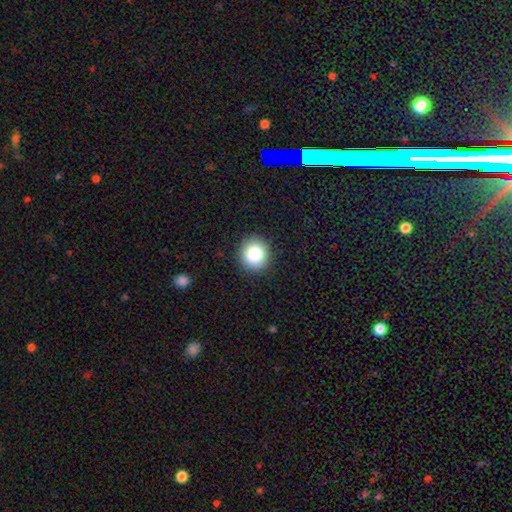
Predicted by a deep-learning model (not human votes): smooth 84%, star or artifact 9%, featured or disk 6%. Down the decision tree: how rounded — round (90%); merging — none (91%).